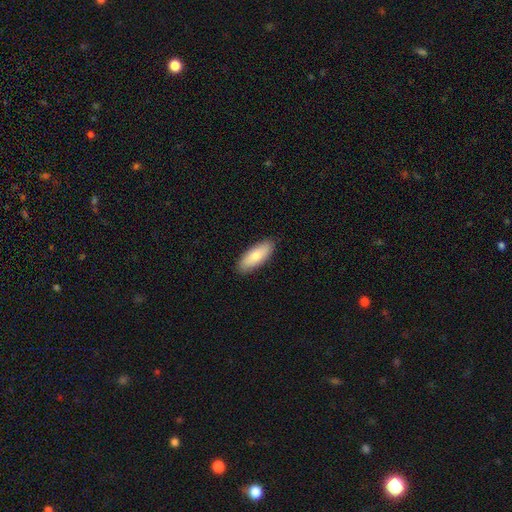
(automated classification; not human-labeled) A smooth galaxy with no disk features (81%) that is in between round and cigar-shaped (75%). Merging: none (89%).